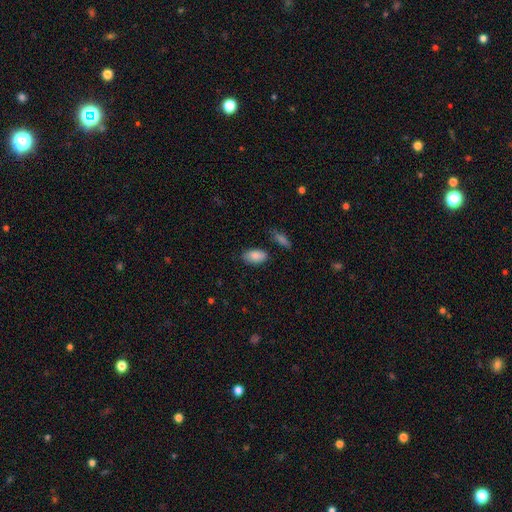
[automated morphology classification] Q: Smooth or featured?
A: smooth (86%); runner-up: star or artifact (7%)
Q: How rounded?
A: in between (94%); runner-up: round (4%)
Q: Merging?
A: none (79%); runner-up: minor disturbance (14%)